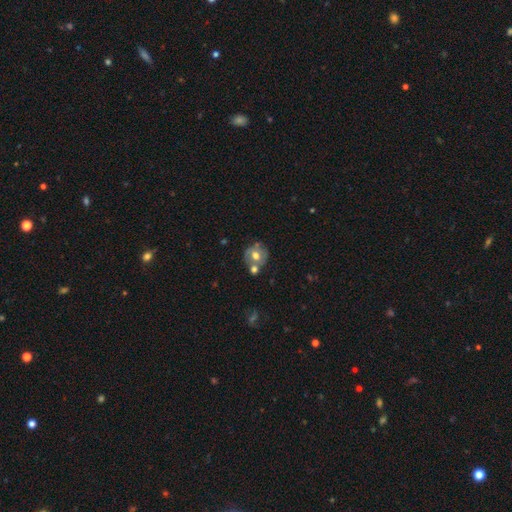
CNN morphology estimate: This is possibly a smooth galaxy (55%). How rounded: clearly round (82%). Merging: possibly none (56%).